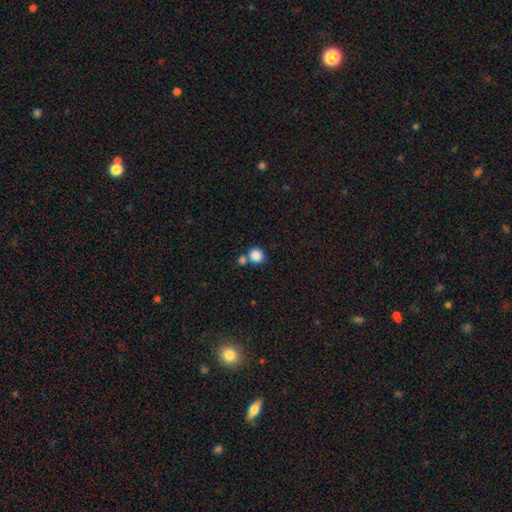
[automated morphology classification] Smooth or featured? Predicted: smooth (p=0.86). How rounded? Predicted: round (p=0.87). Merging? Predicted: none (p=0.58).